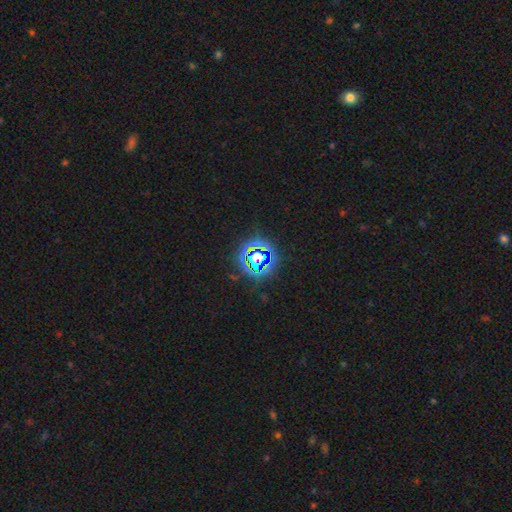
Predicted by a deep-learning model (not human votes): A star or artifact, not a galaxy (74%).